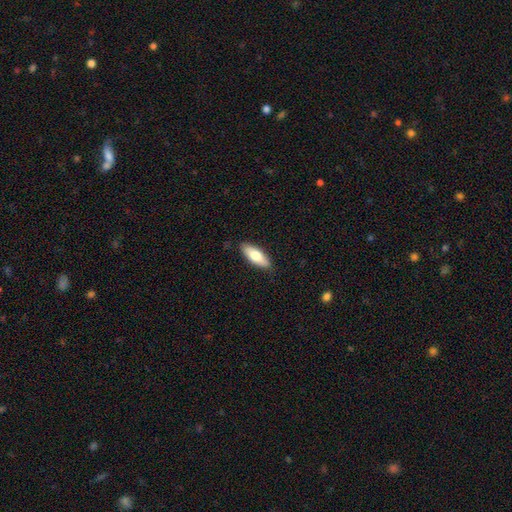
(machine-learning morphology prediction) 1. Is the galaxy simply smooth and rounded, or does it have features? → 73% smooth, 22% featured or disk, 6% star or artifact.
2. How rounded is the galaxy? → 68% in between, 30% cigar-shaped, 2% round.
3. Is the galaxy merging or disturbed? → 87% none, 10% minor disturbance, 2% major disturbance, 1% merger.